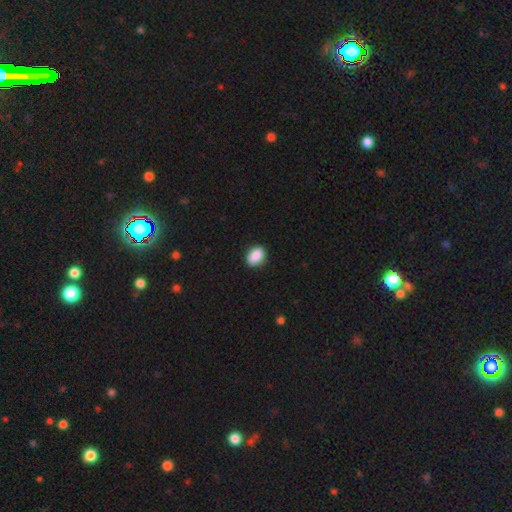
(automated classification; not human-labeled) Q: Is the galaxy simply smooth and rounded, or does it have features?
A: smooth — 89%.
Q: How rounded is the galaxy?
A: in between — 81%.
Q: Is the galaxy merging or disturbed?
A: none — 86%.